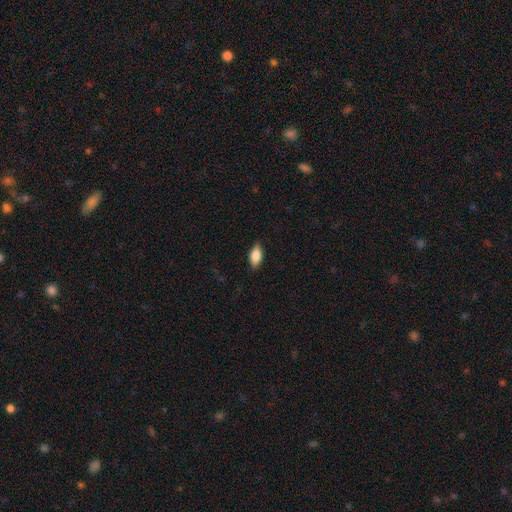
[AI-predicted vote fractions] Overall: smooth (74%). How rounded: in between (84%). Merging: none (85%).